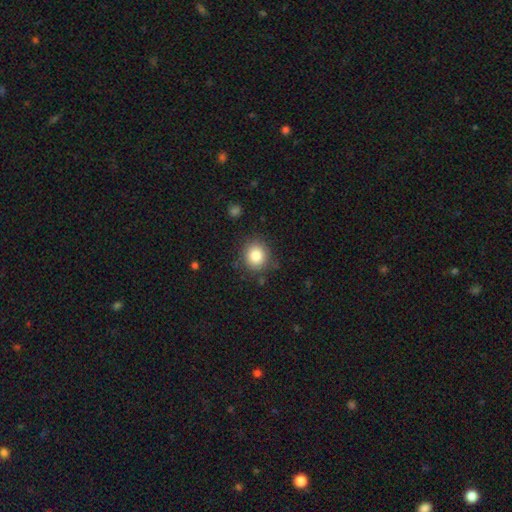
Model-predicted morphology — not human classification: This is clearly a smooth galaxy (84%). How rounded: clearly round (84%). Merging: clearly none (85%).